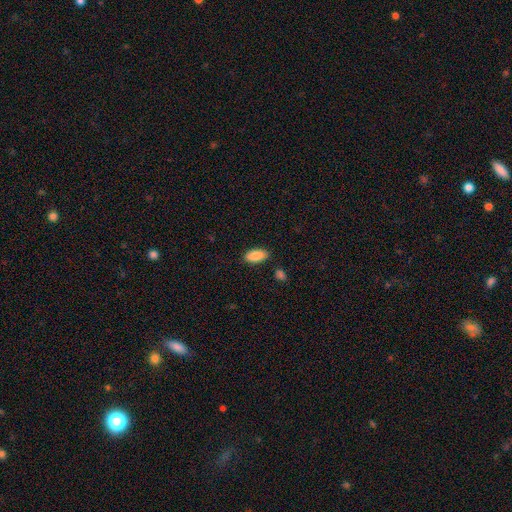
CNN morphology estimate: This is clearly a smooth galaxy (88%). How rounded: clearly in between (90%). Merging: clearly none (85%).